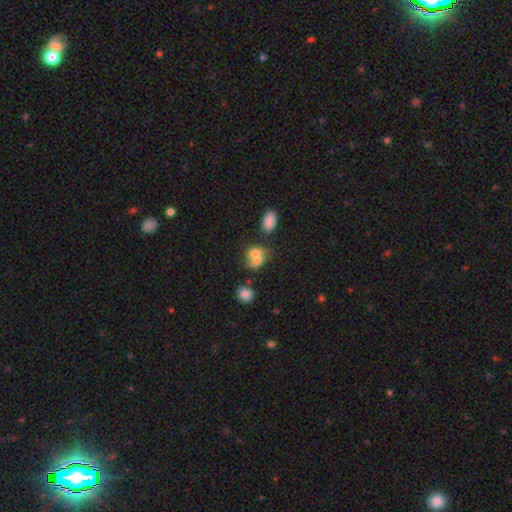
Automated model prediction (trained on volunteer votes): This appears to be a smooth galaxy with no disk features (72%) that is in between round and cigar-shaped (57%). Merging: merger (54%).